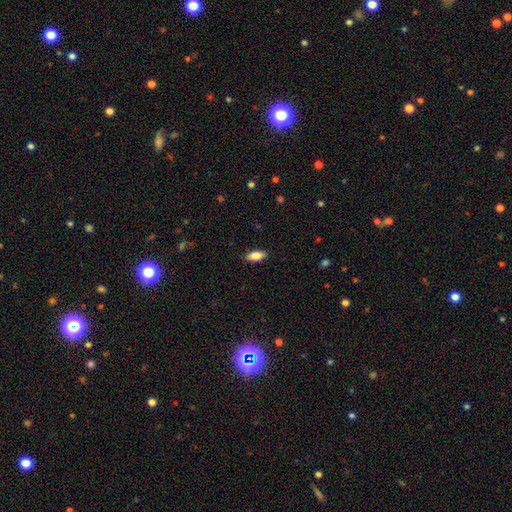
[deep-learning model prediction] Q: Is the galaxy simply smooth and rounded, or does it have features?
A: smooth — 83%.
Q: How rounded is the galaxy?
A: in between — 87%.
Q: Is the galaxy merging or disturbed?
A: none — 89%.